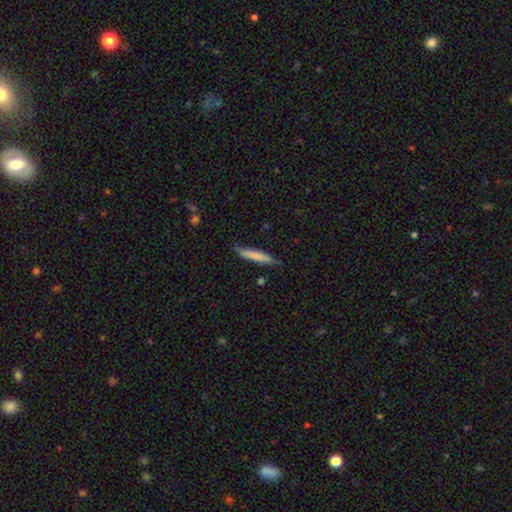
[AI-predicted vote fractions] Smooth or featured? Predicted: smooth (p=0.73). How rounded? Predicted: cigar-shaped (p=0.92). Merging? Predicted: none (p=0.73).